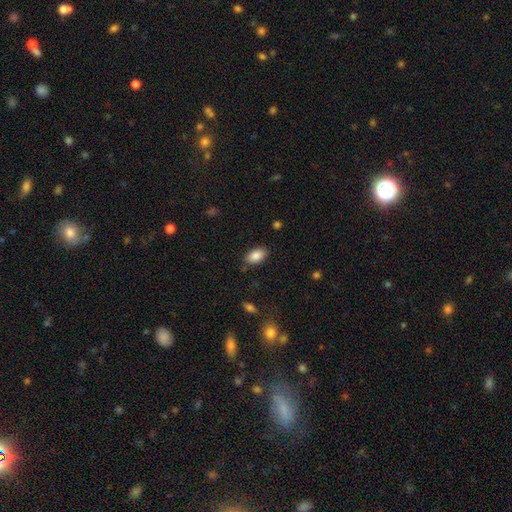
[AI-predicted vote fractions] The model was most divided on "merging": none: 84%, minor disturbance: 11%, major disturbance: 3%, merger: 2%. More confident: how rounded — in between (93%); smooth or featured — smooth (87%).